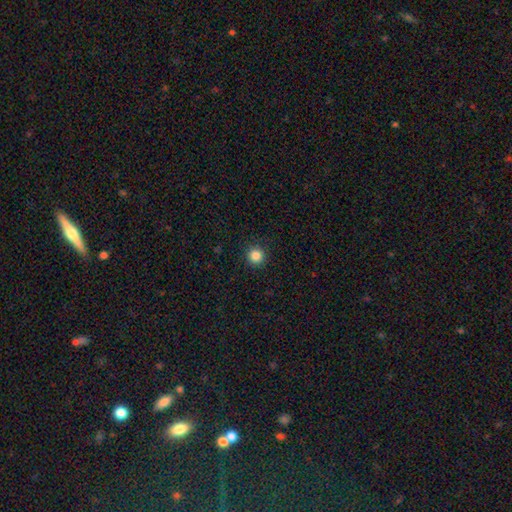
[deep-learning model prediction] Smooth or featured?
  - smooth: 85% *
  - star or artifact: 11%
  - featured or disk: 4%
How rounded?
  - round: 95% *
  - in between: 4%
  - cigar-shaped: 1%
Merging?
  - none: 92% *
  - minor disturbance: 5%
  - major disturbance: 2%
  - merger: 1%